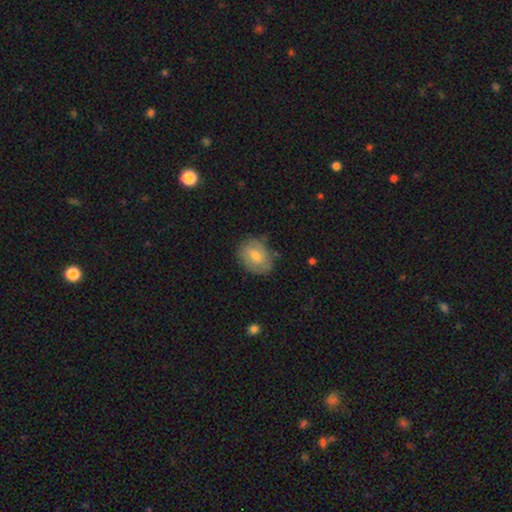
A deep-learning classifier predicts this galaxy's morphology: Smooth or featured?
  - smooth: 61% *
  - featured or disk: 31%
  - star or artifact: 8%
How rounded?
  - in between: 62% *
  - round: 37%
  - cigar-shaped: 1%
Merging?
  - none: 71% *
  - minor disturbance: 22%
  - major disturbance: 5%
  - merger: 2%